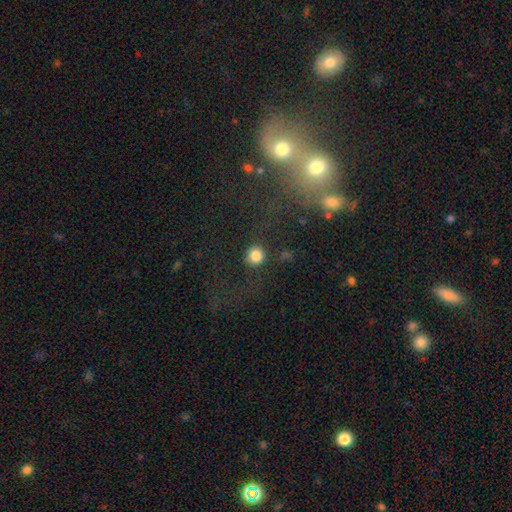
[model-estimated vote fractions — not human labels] smooth 82%, star or artifact 12%, featured or disk 6%. Down the decision tree: how rounded — round (90%); merging — none (82%).